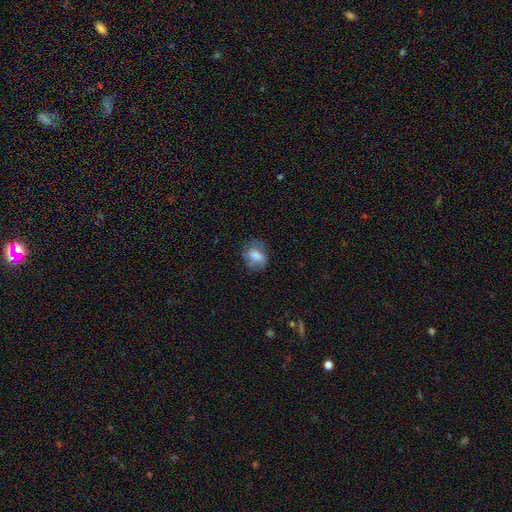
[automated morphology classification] smooth-or-featured: smooth: 71% | featured or disk: 20% | star or artifact: 9%
  how-rounded: in between: 61% | round: 37% | cigar-shaped: 2%
  merging: none: 60% | minor disturbance: 25% | major disturbance: 13% | merger: 2%